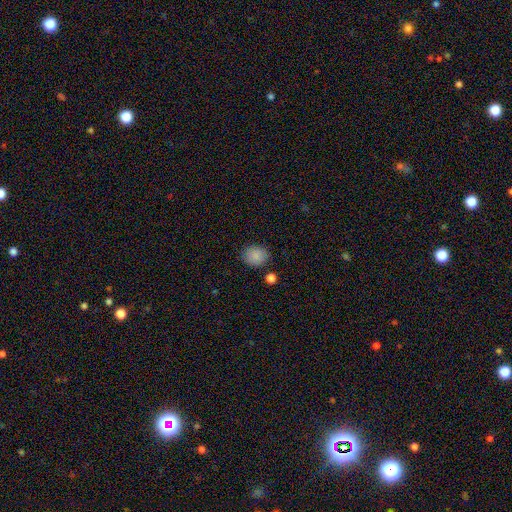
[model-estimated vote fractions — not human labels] A smooth galaxy with no disk features (87%) that is round (59%). Merging: none (84%).